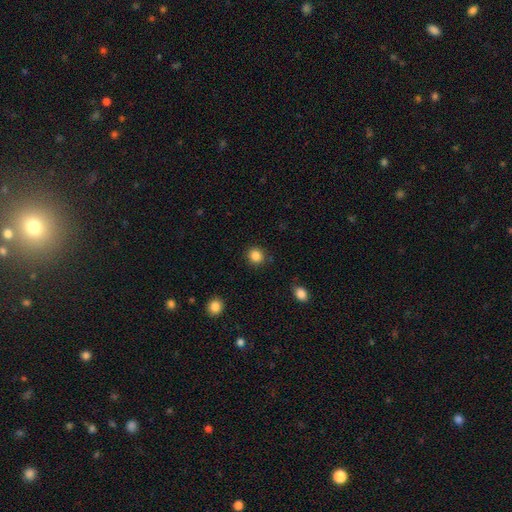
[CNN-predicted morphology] Smooth or featured? smooth (86%)
How rounded? round (86%)
Merging? none (88%)